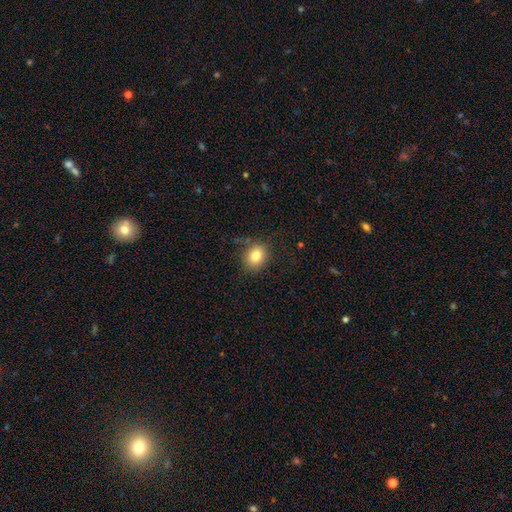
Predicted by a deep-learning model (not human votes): A smooth galaxy with no disk features (82%) that is round (56%). Merging: none (80%).